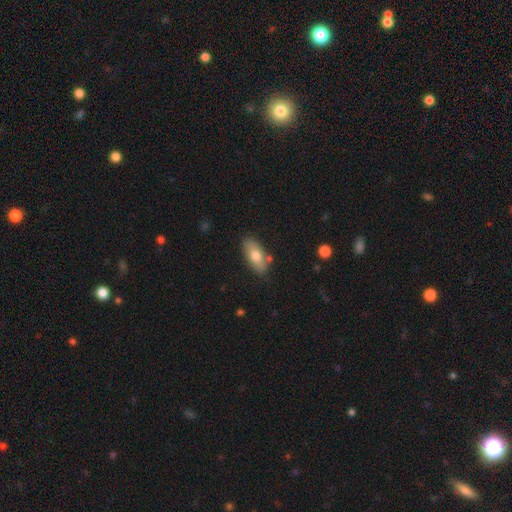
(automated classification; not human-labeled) Morphology: type=smooth (71%); roundness=in between (87%); merging=none (81%).